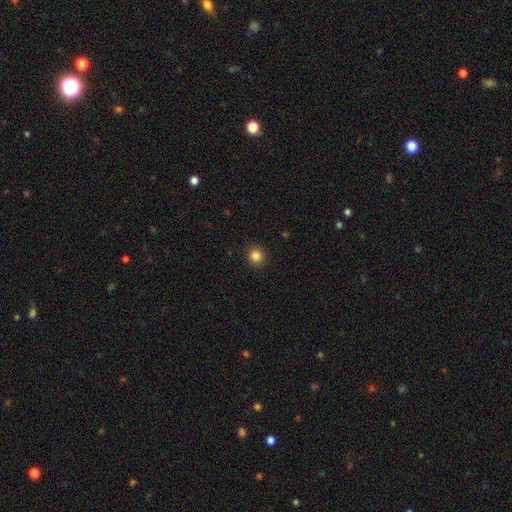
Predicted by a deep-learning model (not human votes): Q: Smooth or featured?
A: smooth (85%); runner-up: star or artifact (11%)
Q: How rounded?
A: round (89%); runner-up: in between (10%)
Q: Merging?
A: none (91%); runner-up: minor disturbance (6%)